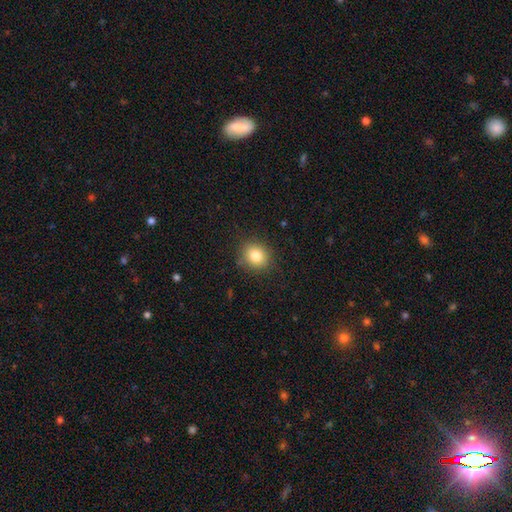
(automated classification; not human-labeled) Smooth or featured? smooth (82%)
How rounded? round (77%)
Merging? none (87%)